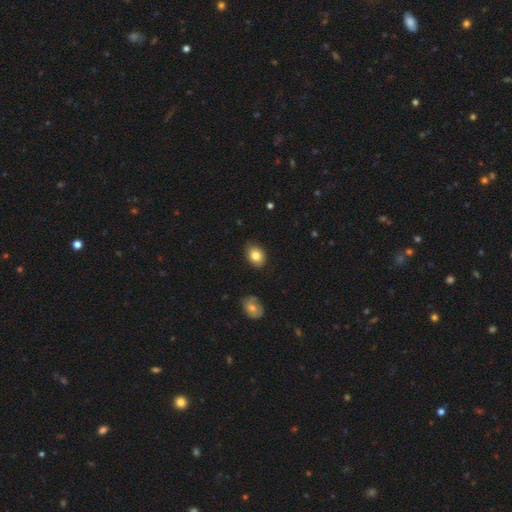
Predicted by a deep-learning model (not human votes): Smooth or featured: smooth — 82% (featured or disk — 10%)
How rounded: in between — 65% (round — 34%)
Merging: none — 81% (minor disturbance — 15%)